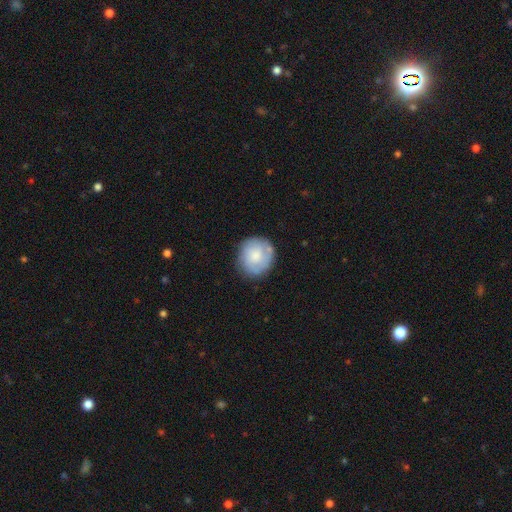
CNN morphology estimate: Smooth or featured? smooth (63%)
How rounded? round (84%)
Merging? none (75%)